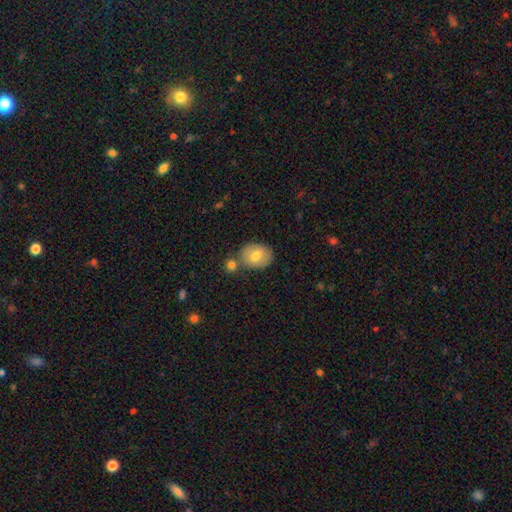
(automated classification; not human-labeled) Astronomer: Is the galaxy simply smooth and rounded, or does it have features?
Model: smooth — 71%.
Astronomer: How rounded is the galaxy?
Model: in between — 60% (runner-up: round, 39%).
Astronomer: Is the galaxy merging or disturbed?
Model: none — 62%.